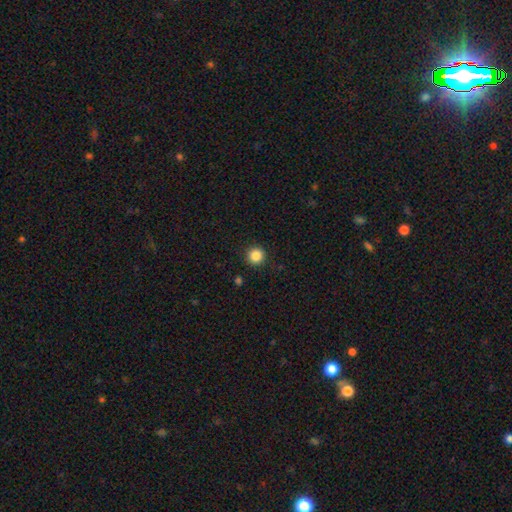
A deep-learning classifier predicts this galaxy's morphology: Smooth or featured? Predicted: smooth (p=0.86). How rounded? Predicted: round (p=0.95). Merging? Predicted: none (p=0.92).